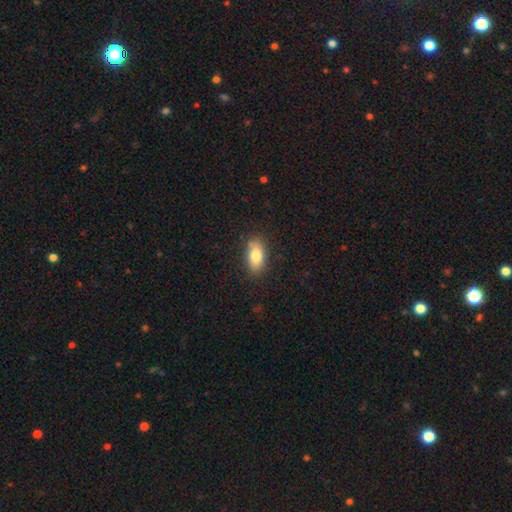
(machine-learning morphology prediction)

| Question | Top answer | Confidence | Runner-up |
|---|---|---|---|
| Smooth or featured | smooth | 80% | featured or disk (12%) |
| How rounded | in between | 88% | cigar-shaped (6%) |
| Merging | none | 81% | minor disturbance (14%) |